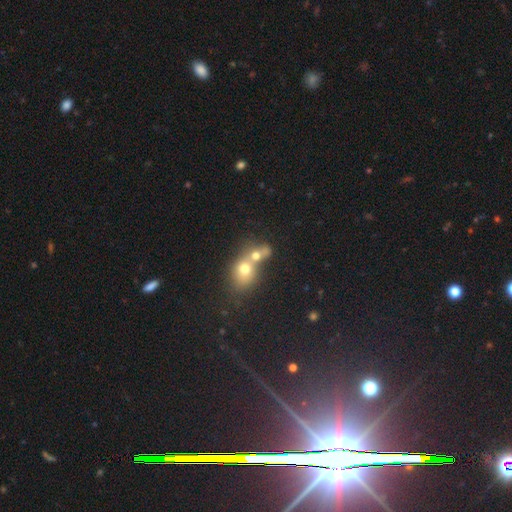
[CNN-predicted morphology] Smooth or featured: smooth — 60% (featured or disk — 21%)
How rounded: round — 58% (in between — 40%)
Merging: merger — 59% (none — 29%)